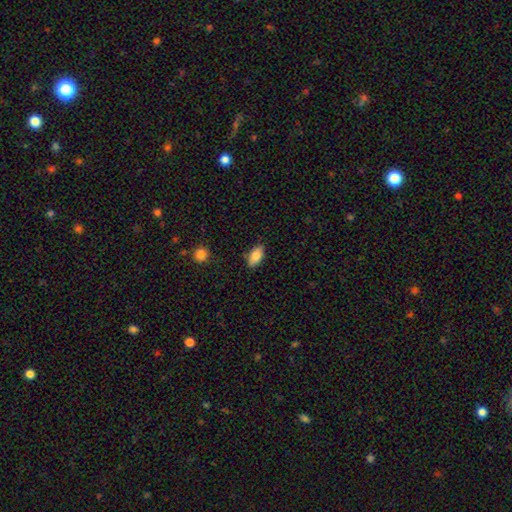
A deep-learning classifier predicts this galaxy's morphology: Smooth or featured? Predicted: smooth (p=0.83). How rounded? Predicted: in between (p=0.91). Merging? Predicted: none (p=0.85).